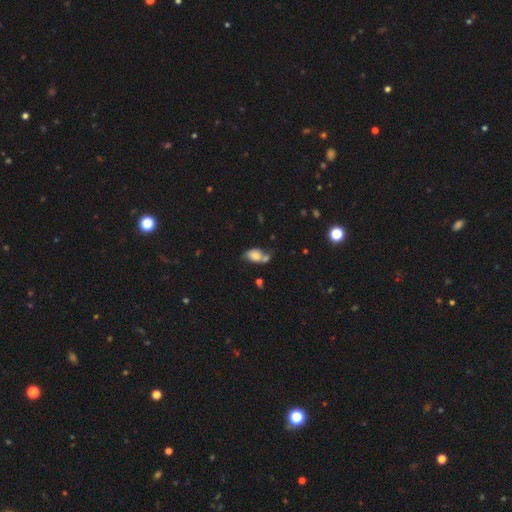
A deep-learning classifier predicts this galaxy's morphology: smooth 66%, featured or disk 24%, star or artifact 10%. Down the decision tree: how rounded — in between (86%); merging — none (37%).